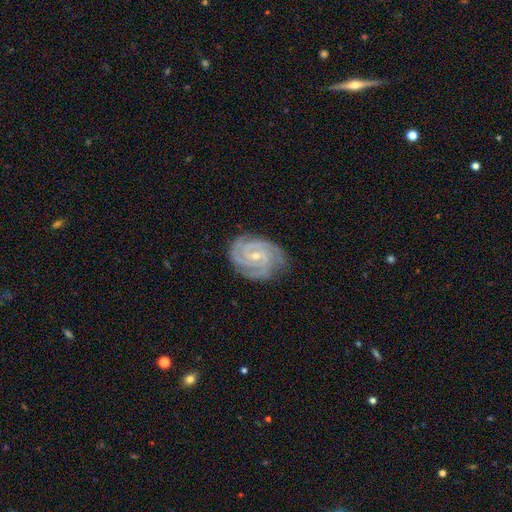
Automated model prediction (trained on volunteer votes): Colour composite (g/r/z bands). It shows a featured or disk galaxy (91%) with no bar (47%), 3 (45%) tight (73%) spiral arms (99%) and a small central bulge (68%). Merging: none (80%).